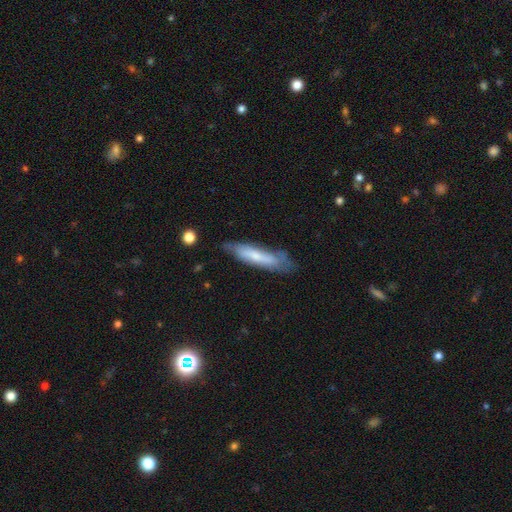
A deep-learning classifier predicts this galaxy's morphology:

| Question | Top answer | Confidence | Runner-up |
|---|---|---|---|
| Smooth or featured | smooth | 52% | featured or disk (41%) |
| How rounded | cigar-shaped | 80% | in between (18%) |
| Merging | none | 66% | minor disturbance (24%) |